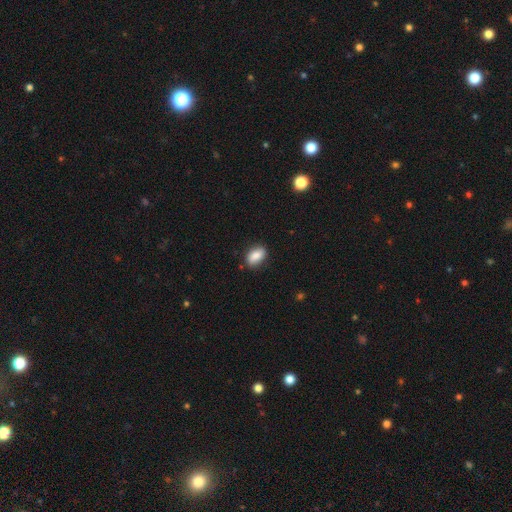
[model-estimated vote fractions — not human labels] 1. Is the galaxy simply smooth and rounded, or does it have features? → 85% smooth, 7% featured or disk, 7% star or artifact.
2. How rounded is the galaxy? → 88% in between, 8% round, 3% cigar-shaped.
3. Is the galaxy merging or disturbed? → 84% none, 13% minor disturbance, 3% major disturbance, 1% merger.